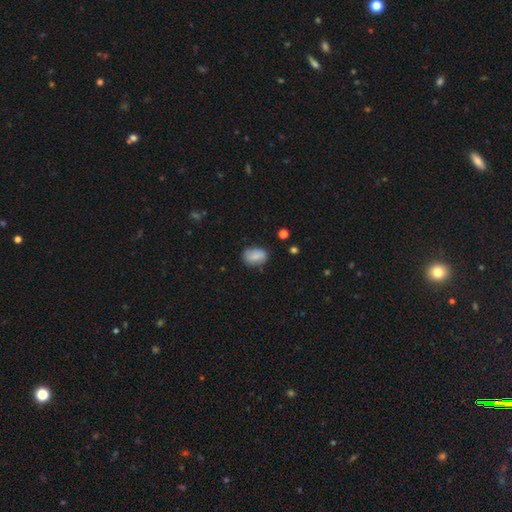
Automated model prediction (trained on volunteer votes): Smooth or featured? smooth (79%)
How rounded? in between (79%)
Merging? none (71%)